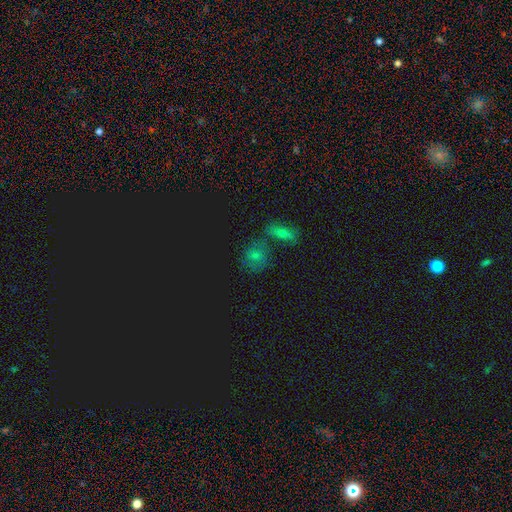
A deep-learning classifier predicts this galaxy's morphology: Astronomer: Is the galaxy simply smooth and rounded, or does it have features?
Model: smooth — 57%.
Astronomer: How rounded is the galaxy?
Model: round — 68%.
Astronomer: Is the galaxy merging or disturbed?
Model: none — 55%.